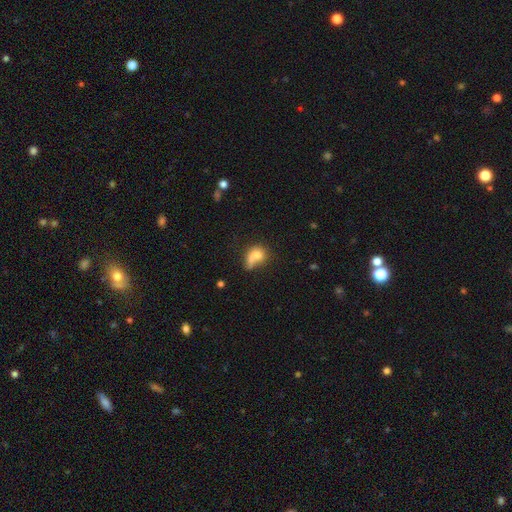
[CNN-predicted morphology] smooth_or_featured: smooth (p=0.70) [alt: featured or disk p=0.20]
how_rounded: in between (p=0.51) [alt: round p=0.46]
merging: none (p=0.28) [alt: merger p=0.27]